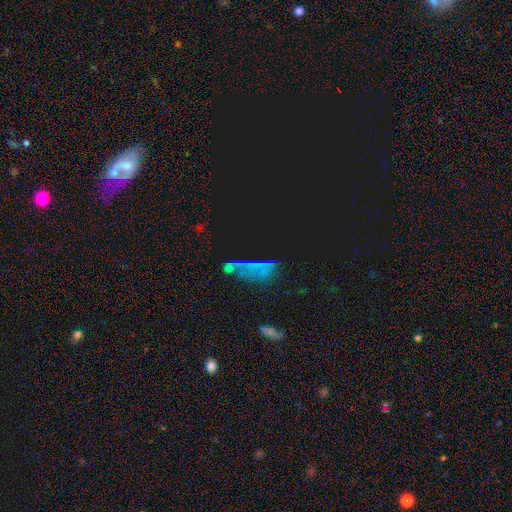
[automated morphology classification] type=star or artifact (53%).